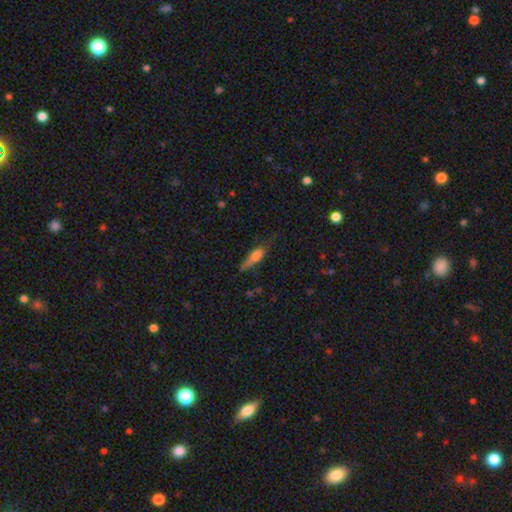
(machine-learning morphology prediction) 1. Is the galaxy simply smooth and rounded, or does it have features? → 55% smooth, 35% featured or disk, 10% star or artifact.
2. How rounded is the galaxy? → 62% cigar-shaped, 34% in between, 4% round.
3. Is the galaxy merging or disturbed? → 52% none, 29% minor disturbance, 15% major disturbance, 4% merger.